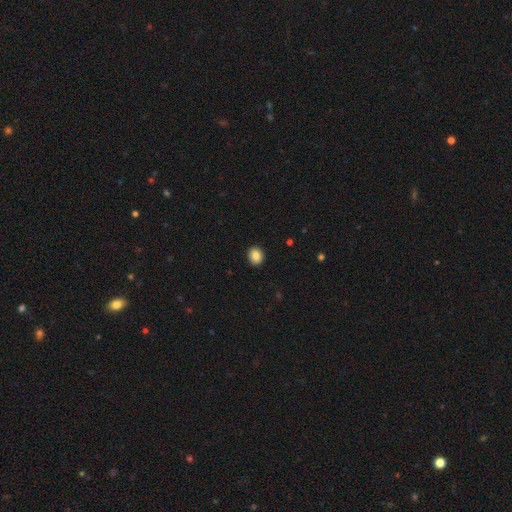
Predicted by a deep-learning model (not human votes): Q: Smooth or featured?
A: smooth (85%); runner-up: star or artifact (9%)
Q: How rounded?
A: round (65%); runner-up: in between (34%)
Q: Merging?
A: none (91%); runner-up: minor disturbance (6%)